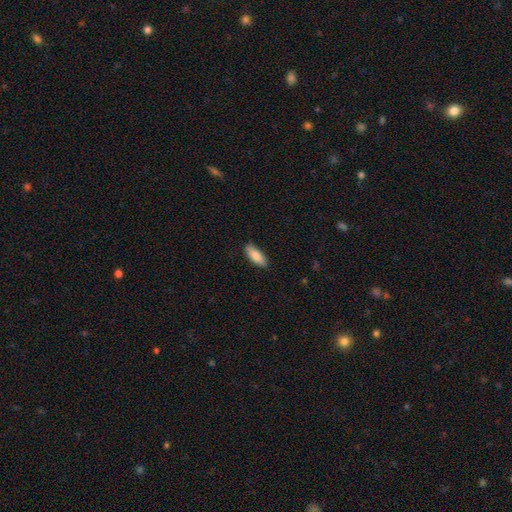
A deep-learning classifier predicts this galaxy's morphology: Q: Smooth or featured?
A: smooth (85%); runner-up: featured or disk (9%)
Q: How rounded?
A: in between (70%); runner-up: cigar-shaped (28%)
Q: Merging?
A: none (85%); runner-up: minor disturbance (12%)